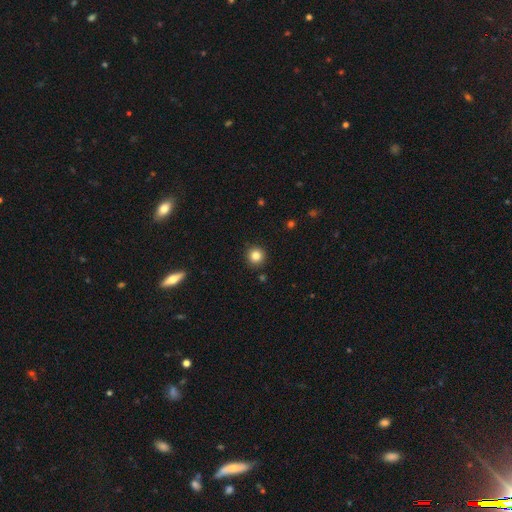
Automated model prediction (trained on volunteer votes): smooth_or_featured: smooth (p=0.83) [alt: star or artifact p=0.12]
how_rounded: round (p=0.95) [alt: in between p=0.04]
merging: none (p=0.92) [alt: minor disturbance p=0.05]